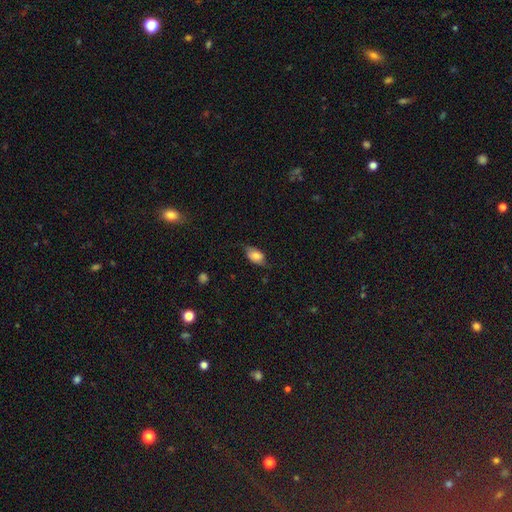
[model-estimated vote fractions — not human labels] smooth-or-featured: smooth: 72% | featured or disk: 20% | star or artifact: 8%
  how-rounded: in between: 89% | round: 8% | cigar-shaped: 3%
  merging: none: 62% | minor disturbance: 28% | major disturbance: 9% | merger: 1%